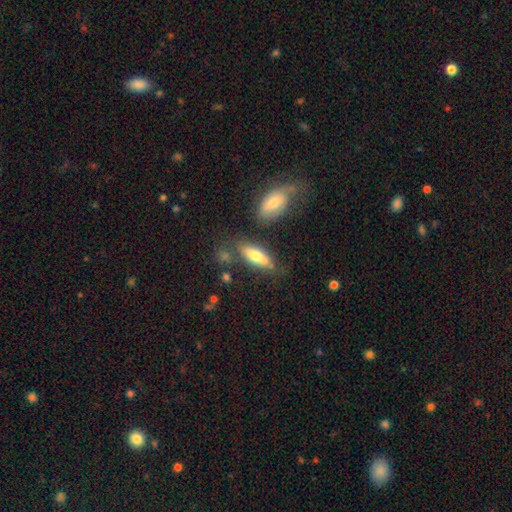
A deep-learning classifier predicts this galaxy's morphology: This is likely a smooth galaxy (67%). How rounded: likely in between (63%). Merging: likely none (64%).